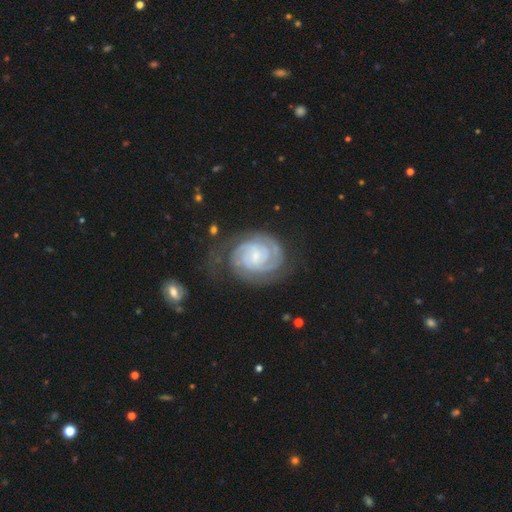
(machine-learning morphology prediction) This is clearly a featured or disk galaxy (89%). It is clearly not viewed edge-on (98%). Bar: possibly no (48%). Spiral arm pattern: clearly yes (98%). Spiral arm count: possibly 2 (53%). Spiral winding: likely tight (77%). Central bulge: likely small (67%). Merging: likely none (66%).